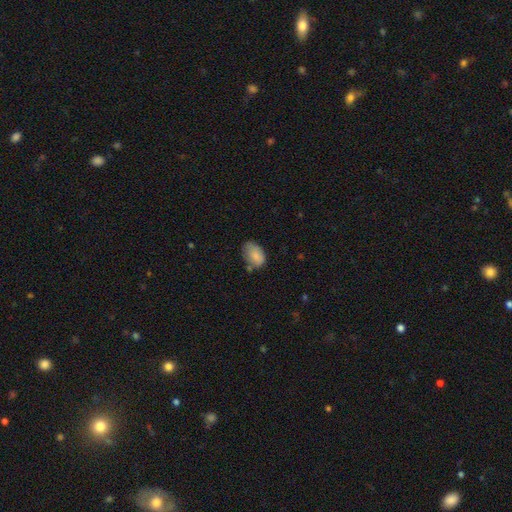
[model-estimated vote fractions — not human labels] This is clearly a smooth galaxy (83%). How rounded: clearly in between (88%). Merging: possibly none (53%).